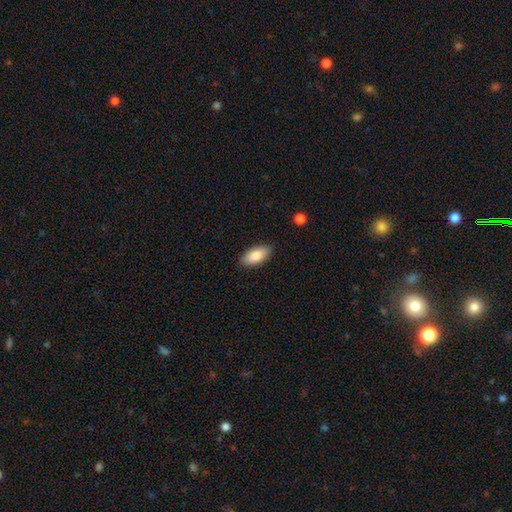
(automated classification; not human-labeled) Overall: smooth (86%). How rounded: in between (91%). Merging: none (88%).